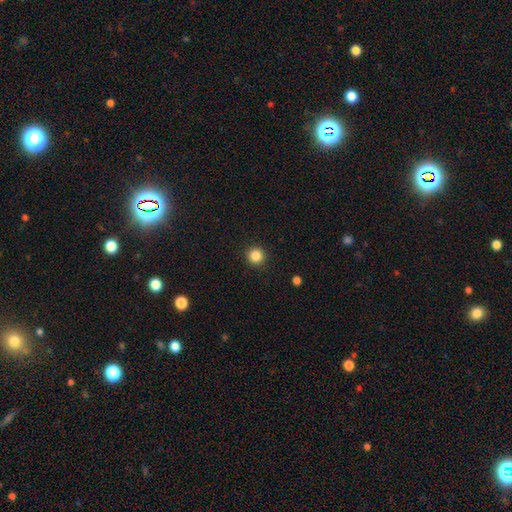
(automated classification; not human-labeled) smooth_or_featured: smooth (p=0.85) [alt: star or artifact p=0.11]
how_rounded: round (p=0.95) [alt: in between p=0.04]
merging: none (p=0.93) [alt: minor disturbance p=0.05]